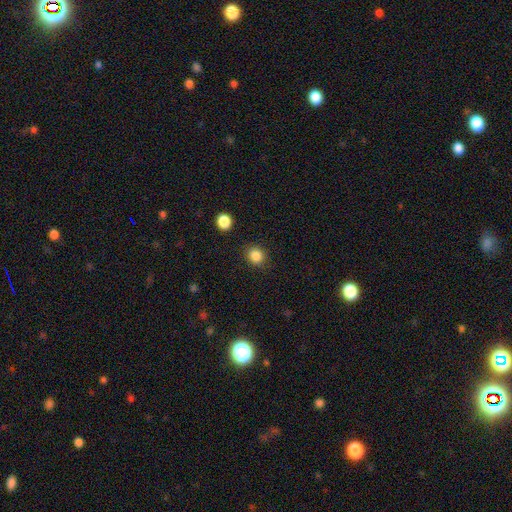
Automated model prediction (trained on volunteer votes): Smooth or featured?
  - smooth: 85% *
  - star or artifact: 11%
  - featured or disk: 4%
How rounded?
  - round: 79% *
  - in between: 20%
  - cigar-shaped: 1%
Merging?
  - none: 86% *
  - minor disturbance: 9%
  - major disturbance: 3%
  - merger: 2%